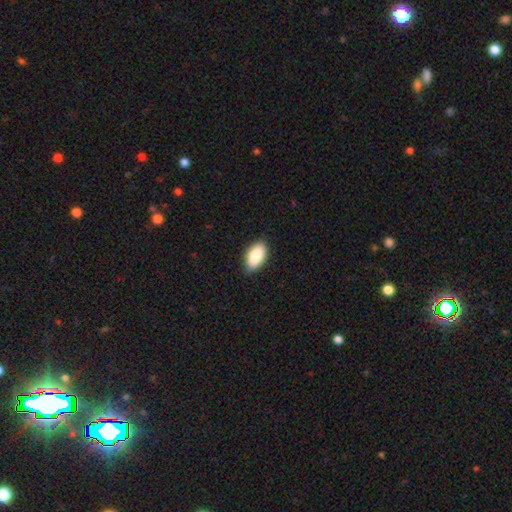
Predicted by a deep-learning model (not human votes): smooth-or-featured: smooth: 88% | star or artifact: 6% | featured or disk: 6%
  how-rounded: in between: 94% | round: 3% | cigar-shaped: 2%
  merging: none: 87% | minor disturbance: 11% | major disturbance: 2% | merger: 1%